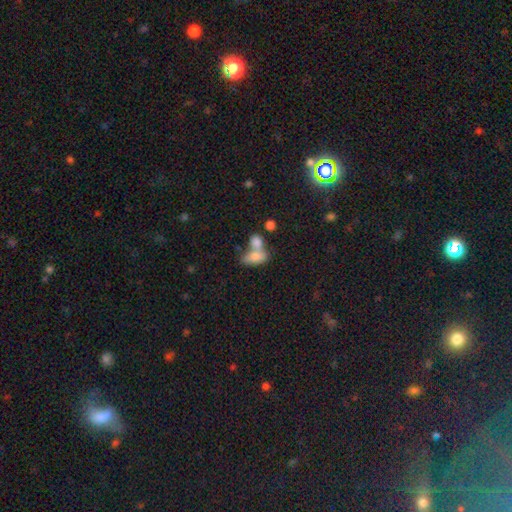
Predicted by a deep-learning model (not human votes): Smooth or featured?
  - smooth: 77% *
  - featured or disk: 14%
  - star or artifact: 9%
How rounded?
  - in between: 84% *
  - round: 10%
  - cigar-shaped: 6%
Merging?
  - merger: 59% *
  - none: 25%
  - minor disturbance: 10%
  - major disturbance: 6%